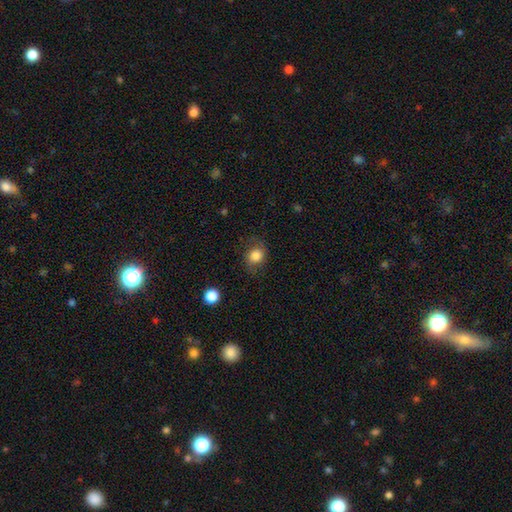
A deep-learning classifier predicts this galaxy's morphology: Smooth or featured? Predicted: smooth (p=0.78). How rounded? Predicted: round (p=0.66). Merging? Predicted: none (p=0.71).